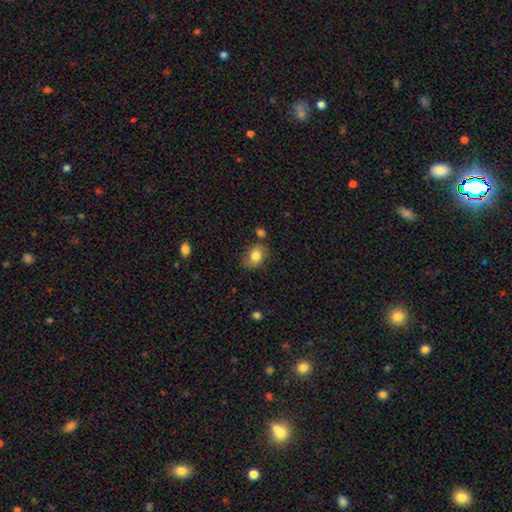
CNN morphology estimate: The model was most divided on "how rounded": in between: 63%, round: 36%, cigar-shaped: 1%. More confident: smooth or featured — smooth (73%); merging — none (66%).